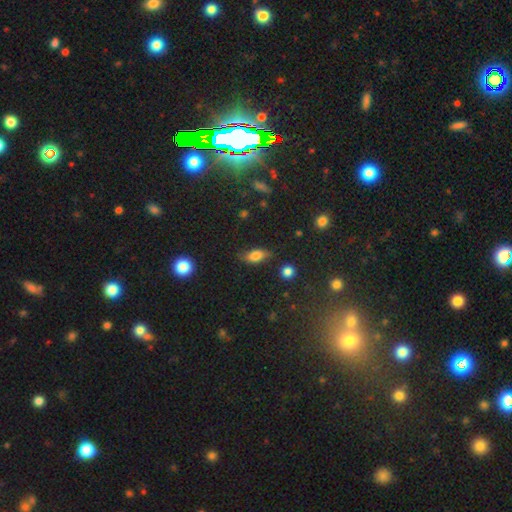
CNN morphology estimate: smooth 73%, featured or disk 17%, star or artifact 10%. Down the decision tree: how rounded — in between (82%); merging — none (67%).